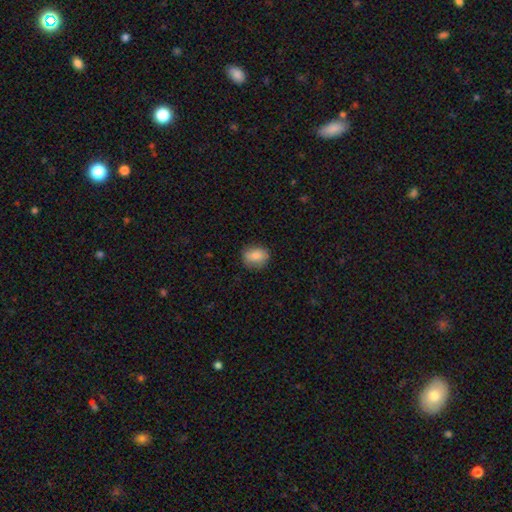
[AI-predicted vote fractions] This is clearly a smooth galaxy (81%). How rounded: possibly in between (50%). Merging: likely none (78%).